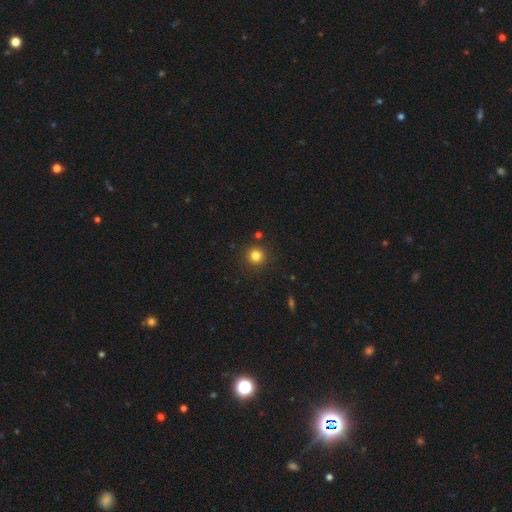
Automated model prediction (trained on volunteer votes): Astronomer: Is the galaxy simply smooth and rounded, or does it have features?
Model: smooth — 81%.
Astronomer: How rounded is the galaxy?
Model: round — 94%.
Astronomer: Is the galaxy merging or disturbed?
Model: none — 89%.